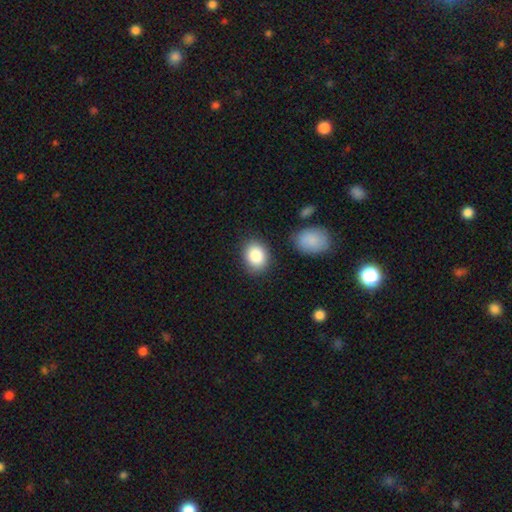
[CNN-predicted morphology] A smooth galaxy with no disk features (86%) that is in between round and cigar-shaped (53%). Merging: none (83%).